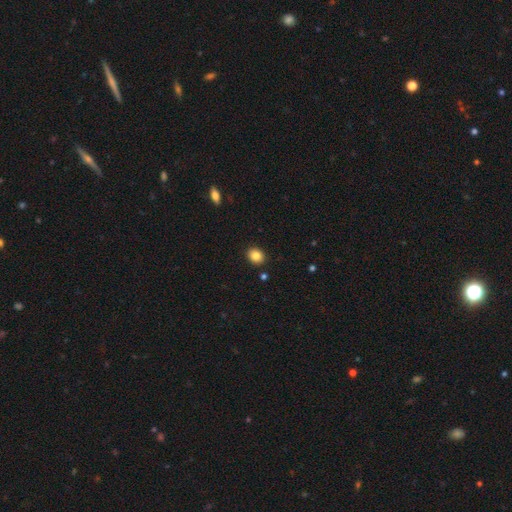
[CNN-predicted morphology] A smooth galaxy with no disk features (86%) that is round (56%). Merging: none (89%).